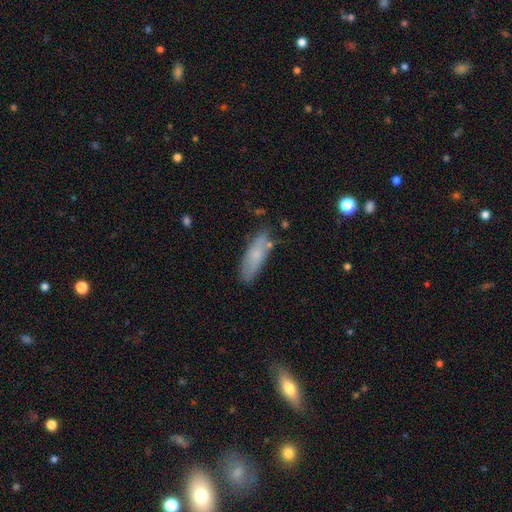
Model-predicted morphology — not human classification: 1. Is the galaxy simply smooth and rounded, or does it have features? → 73% smooth, 21% featured or disk, 6% star or artifact.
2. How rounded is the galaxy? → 57% in between, 41% cigar-shaped, 2% round.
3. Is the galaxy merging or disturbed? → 71% none, 20% minor disturbance, 4% merger, 4% major disturbance.